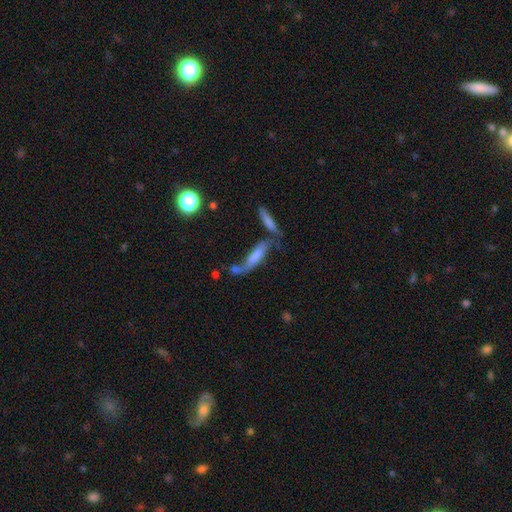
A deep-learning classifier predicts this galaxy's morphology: A smooth galaxy with no disk features (50%).

Vote fractions:
- Smooth or featured? smooth: 50% / featured or disk: 40% / star or artifact: 10%
- Merging? merger: 35% / none: 32% / minor disturbance: 18% / major disturbance: 16%